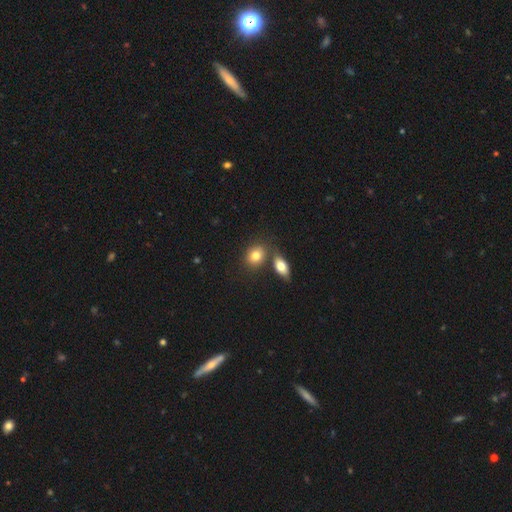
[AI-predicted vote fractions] smooth 80%, featured or disk 11%, star or artifact 9%. Down the decision tree: how rounded — in between (58%); merging — none (60%).